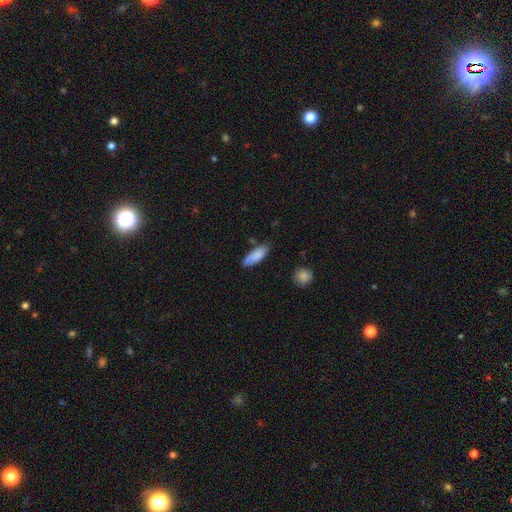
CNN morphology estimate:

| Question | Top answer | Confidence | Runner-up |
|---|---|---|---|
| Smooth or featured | smooth | 83% | featured or disk (11%) |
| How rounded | in between | 70% | cigar-shaped (28%) |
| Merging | none | 68% | minor disturbance (22%) |